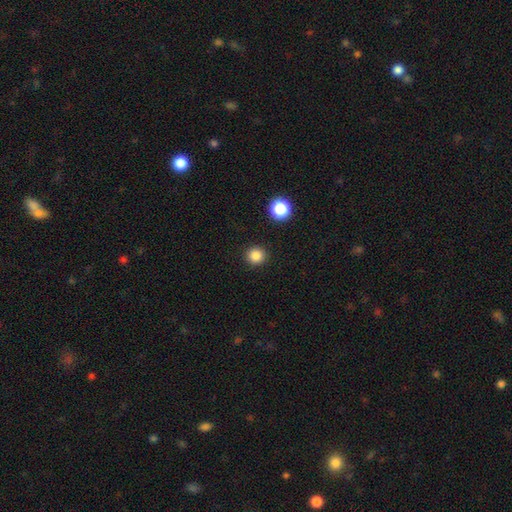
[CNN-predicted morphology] Overall: smooth (85%). How rounded: round (93%). Merging: none (91%).